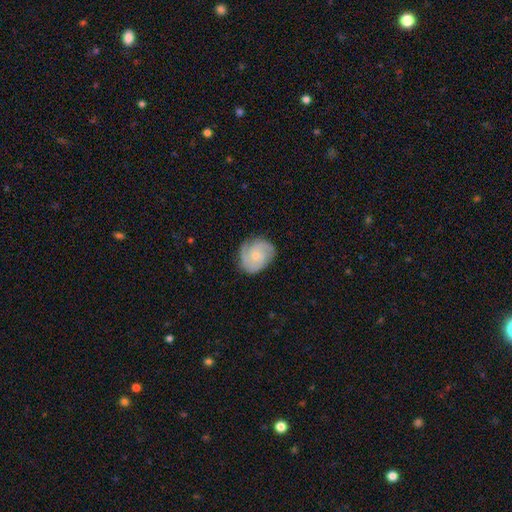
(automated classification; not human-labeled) smooth-or-featured: featured or disk: 78% | smooth: 17% | star or artifact: 5%
  disk-edge-on: no: 98% | yes: 2%
    bar: no: 73% | weak: 24% | strong: 3%
    has-spiral-arms: yes: 96% | no: 4%
      spiral-winding: tight: 54% | medium: 38% | loose: 8%
      spiral-arm-count: 2: 39% | 3: 36% | can't tell: 12% | 4: 5% | 1: 4% | more than 4: 3%
    bulge-size: small: 65% | moderate: 27% | none: 5% | large: 2% | dominant: 1%
  merging: none: 78% | minor disturbance: 17% | major disturbance: 5% | merger: 1%